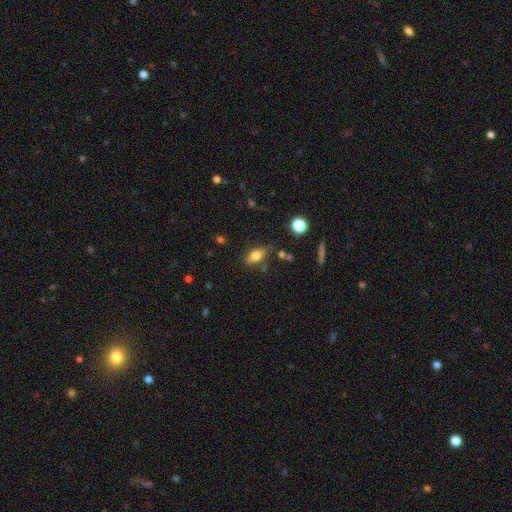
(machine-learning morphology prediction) Q: Smooth or featured?
A: smooth (74%); runner-up: featured or disk (16%)
Q: How rounded?
A: in between (81%); runner-up: cigar-shaped (11%)
Q: Merging?
A: none (70%); runner-up: minor disturbance (18%)